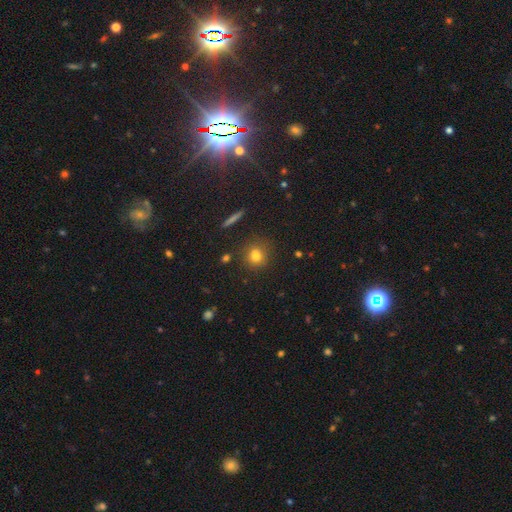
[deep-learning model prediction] smooth_or_featured: smooth (p=0.78) [alt: star or artifact p=0.13]
how_rounded: round (p=0.79) [alt: in between p=0.18]
merging: none (p=0.81) [alt: minor disturbance p=0.11]